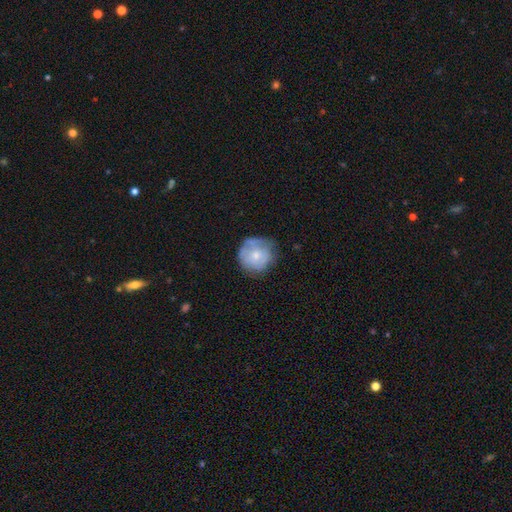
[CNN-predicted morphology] smooth_or_featured: smooth (p=0.58) [alt: featured or disk p=0.36]
how_rounded: round (p=0.90) [alt: in between p=0.09]
merging: none (p=0.60) [alt: minor disturbance p=0.27]